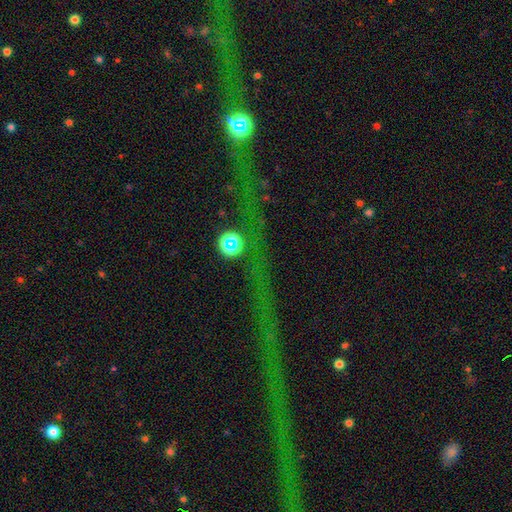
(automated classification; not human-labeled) Smooth or featured? star or artifact (60%)